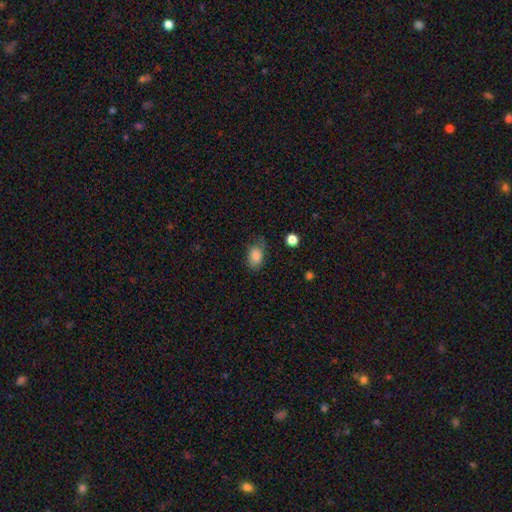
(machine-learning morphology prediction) smooth-or-featured: smooth: 85% | star or artifact: 9% | featured or disk: 6%
  how-rounded: in between: 81% | round: 17% | cigar-shaped: 1%
  merging: none: 66% | minor disturbance: 25% | major disturbance: 7% | merger: 2%